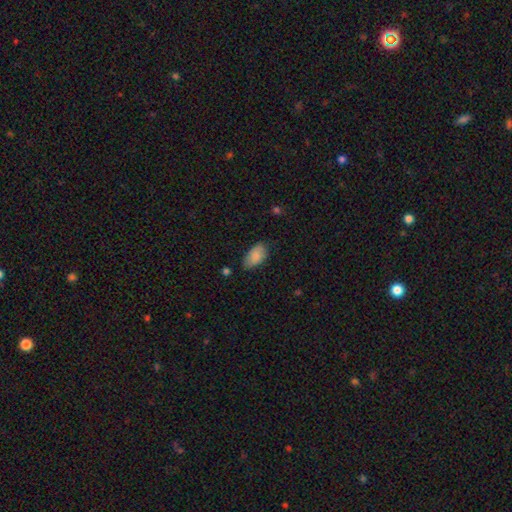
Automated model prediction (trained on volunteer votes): This appears to be a smooth galaxy with no disk features (87%) that is in between round and cigar-shaped (93%). Merging: none (69%).